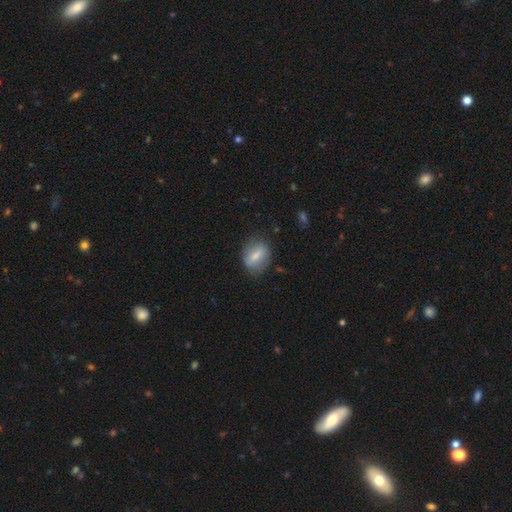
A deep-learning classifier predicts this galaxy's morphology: Q: Smooth or featured?
A: smooth (59%); runner-up: featured or disk (33%)
Q: How rounded?
A: in between (61%); runner-up: round (35%)
Q: Merging?
A: none (76%); runner-up: minor disturbance (17%)